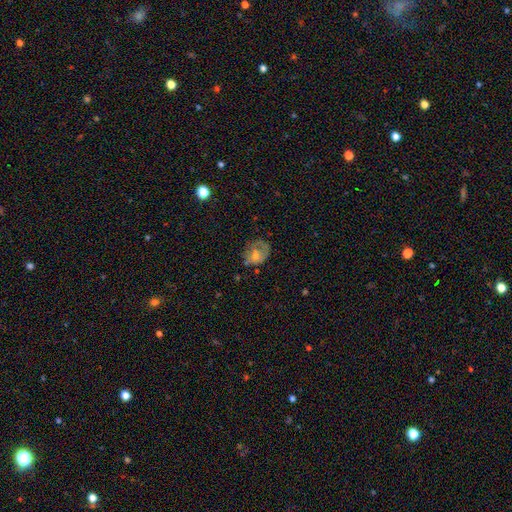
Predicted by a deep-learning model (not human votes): featured or disk 46%, smooth 41%, star or artifact 12%. Down the decision tree: merging — none (53%).